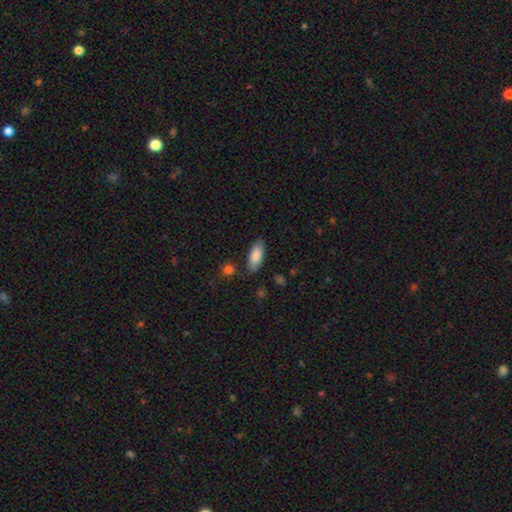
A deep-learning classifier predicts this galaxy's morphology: Smooth or featured? smooth (86%)
How rounded? in between (82%)
Merging? none (83%)